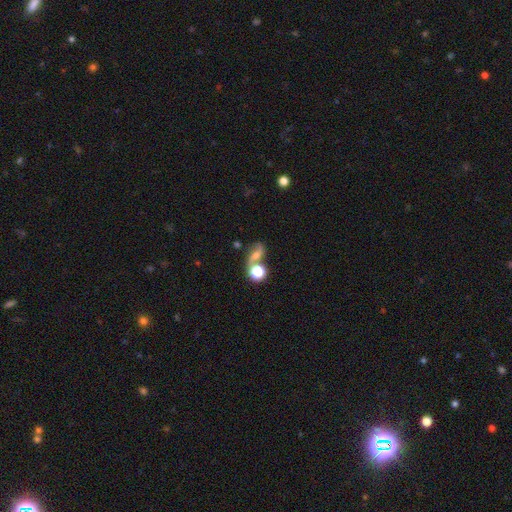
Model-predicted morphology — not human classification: This is likely a featured or disk galaxy (60%). It is clearly not viewed edge-on (96%). Bar: marginally no (42%). Spiral arm pattern: clearly yes (89%). Spiral arm count: clearly 2 (86%). Spiral winding: likely loose (64%). Central bulge: marginally moderate (43%). Merging: possibly none (53%).